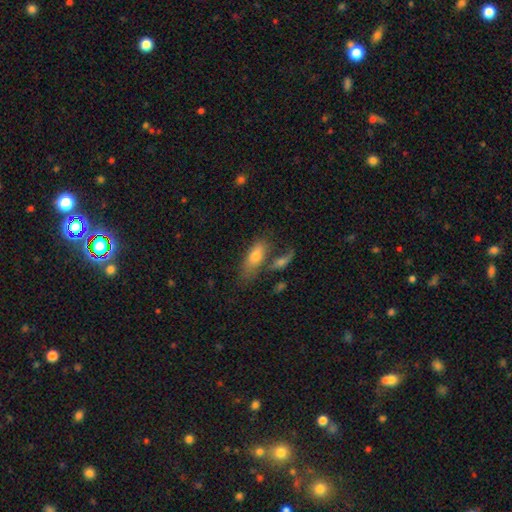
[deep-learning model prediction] Overall: smooth (70%). How rounded: in between (75%). Merging: none (48%; merger 25%).